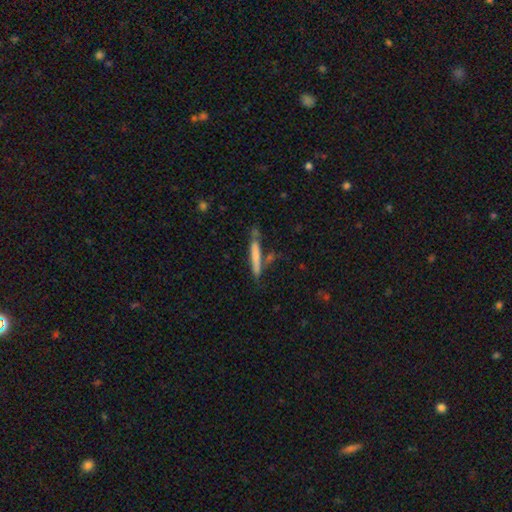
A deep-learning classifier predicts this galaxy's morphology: Smooth or featured? Predicted: smooth (p=0.65). How rounded? Predicted: cigar-shaped (p=0.94). Merging? Predicted: none (p=0.68).